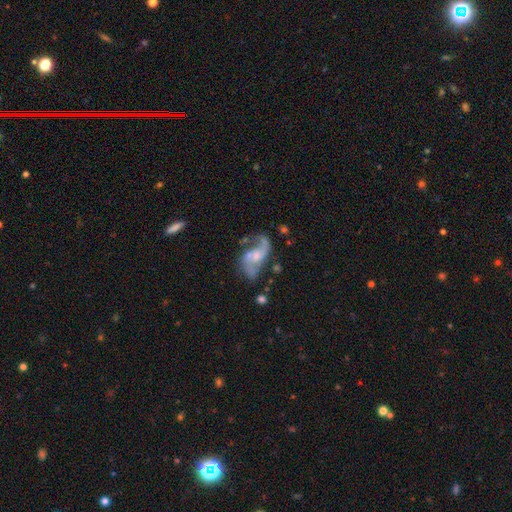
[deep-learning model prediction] Smooth or featured? Predicted: featured or disk (p=0.81). Edge-on disk? Predicted: no (p=0.97). Bar? Predicted: no (p=0.55). Spiral arms? Predicted: yes (p=0.91). Spiral winding? Predicted: loose (p=0.63). Spiral arm count? Predicted: 2 (p=0.83). Bulge size? Predicted: small (p=0.40). Merging? Predicted: none (p=0.47).